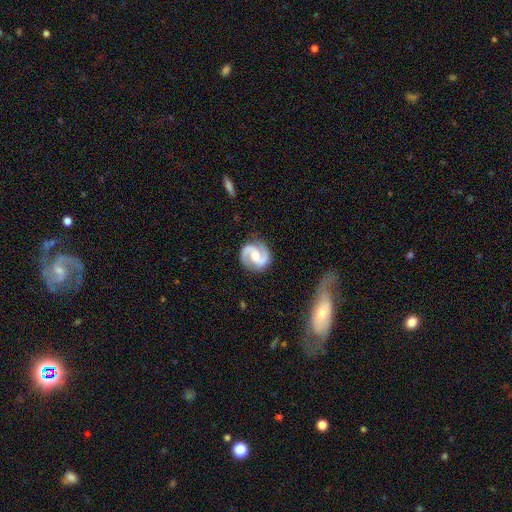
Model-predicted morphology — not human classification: Smooth or featured? Predicted: featured or disk (p=0.92). Edge-on disk? Predicted: no (p=0.98). Bar? Predicted: no (p=0.42). Spiral arms? Predicted: yes (p=0.98). Spiral winding? Predicted: medium (p=0.59). Spiral arm count? Predicted: 2 (p=0.94). Bulge size? Predicted: moderate (p=0.57). Merging? Predicted: none (p=0.86).